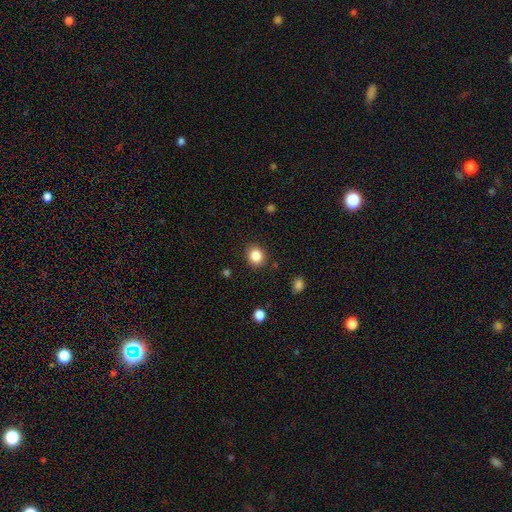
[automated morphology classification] Smooth or featured: smooth — 85% (star or artifact — 10%)
How rounded: round — 74% (in between — 25%)
Merging: none — 88% (minor disturbance — 8%)